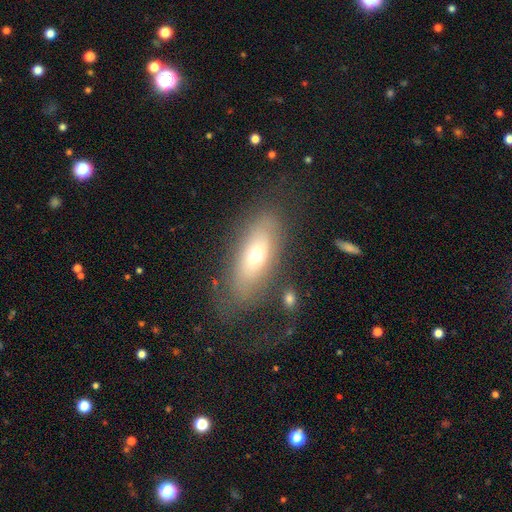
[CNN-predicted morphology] smooth_or_featured: smooth (p=0.53) [alt: featured or disk p=0.38]
how_rounded: in between (p=0.78) [alt: cigar-shaped p=0.16]
merging: none (p=0.64) [alt: minor disturbance p=0.19]